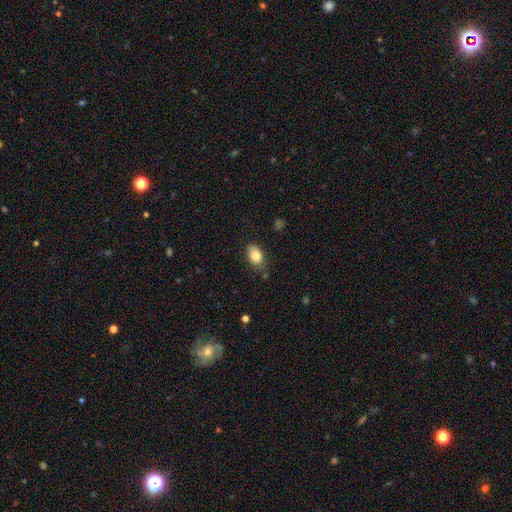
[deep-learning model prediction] smooth-or-featured: smooth: 83% | featured or disk: 9% | star or artifact: 8%
  how-rounded: in between: 89% | round: 9% | cigar-shaped: 2%
  merging: none: 74% | minor disturbance: 20% | major disturbance: 4% | merger: 3%